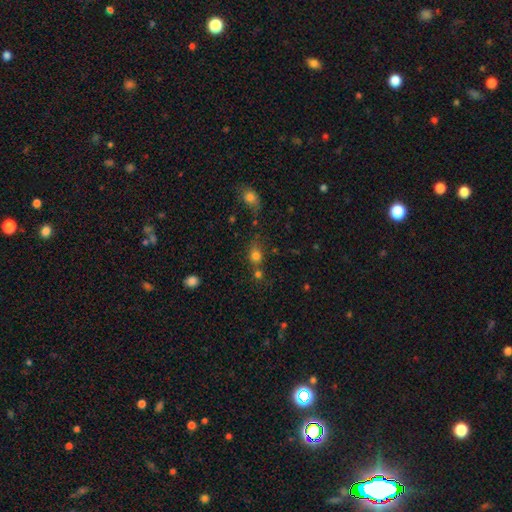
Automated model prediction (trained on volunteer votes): This is likely a smooth galaxy (76%). How rounded: possibly round (58%). Merging: possibly none (54%).